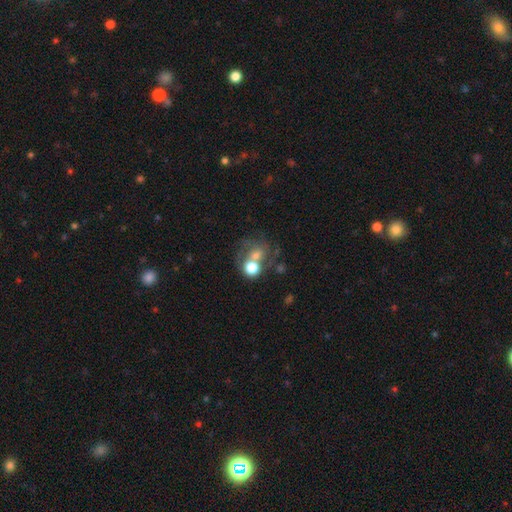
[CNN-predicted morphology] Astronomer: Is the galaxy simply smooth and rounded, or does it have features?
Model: smooth — 55% (runner-up: featured or disk, 31%).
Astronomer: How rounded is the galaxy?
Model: round — 71%.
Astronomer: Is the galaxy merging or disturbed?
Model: merger — 48% (runner-up: none, 30%).